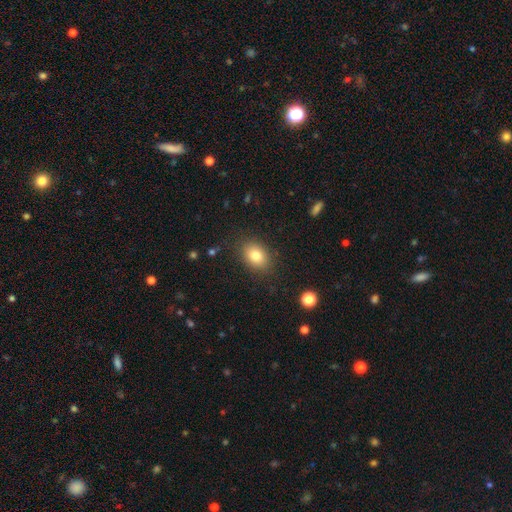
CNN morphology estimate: smooth-or-featured: smooth: 81% | star or artifact: 10% | featured or disk: 9%
  how-rounded: in between: 69% | round: 30% | cigar-shaped: 1%
  merging: none: 85% | minor disturbance: 10% | major disturbance: 3% | merger: 1%